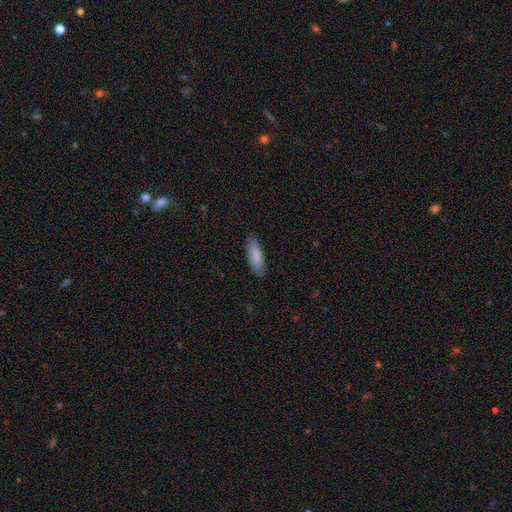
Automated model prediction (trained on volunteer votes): Smooth or featured? Predicted: smooth (p=0.84). How rounded? Predicted: in between (p=0.51). Merging? Predicted: none (p=0.86).